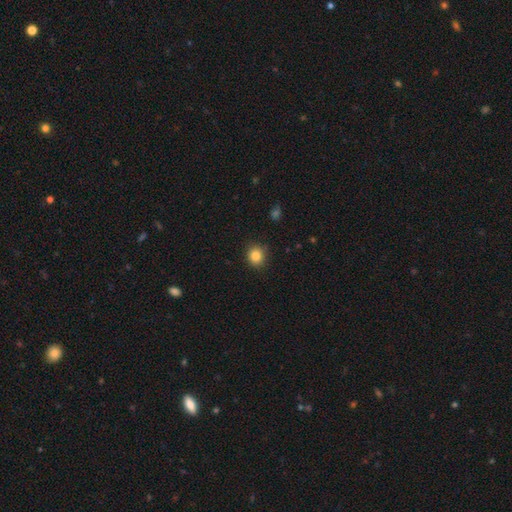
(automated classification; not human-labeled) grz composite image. It shows a smooth galaxy with no disk features (85%) that is round (85%). Merging: none (90%).